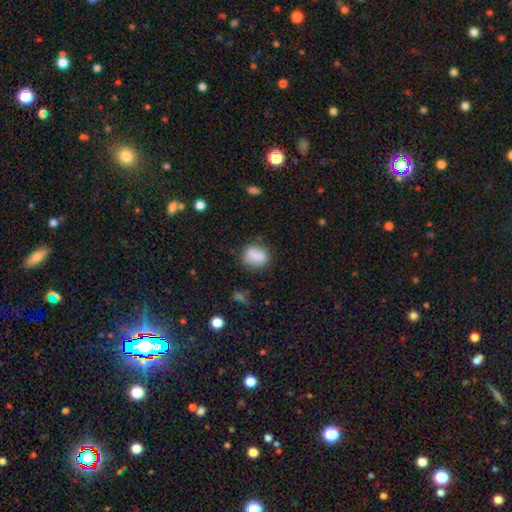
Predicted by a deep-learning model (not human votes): Overall: smooth (79%). How rounded: in between (52%; round 45%). Merging: none (70%).